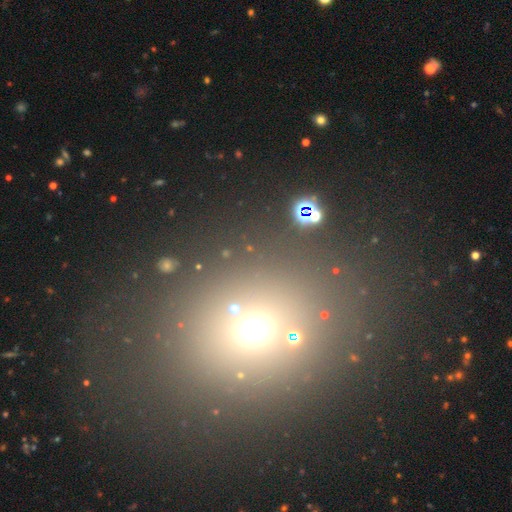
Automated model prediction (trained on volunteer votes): A smooth galaxy with no disk features (57%) that is round (57%). Merging: none (76%).